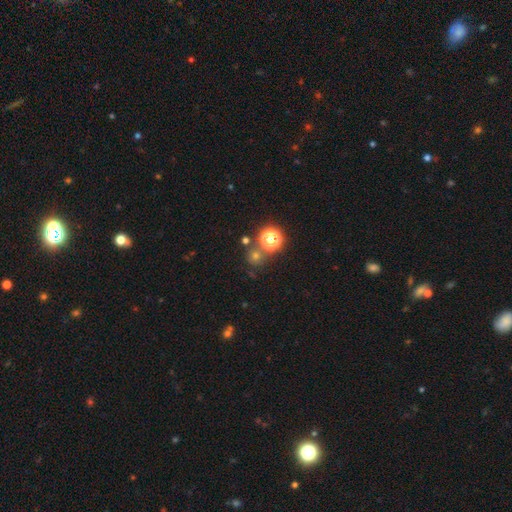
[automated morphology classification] Smooth or featured?
  - smooth: 53% *
  - star or artifact: 39%
  - featured or disk: 8%
How rounded?
  - round: 91% *
  - in between: 8%
  - cigar-shaped: 1%
Merging?
  - none: 75% *
  - merger: 13%
  - minor disturbance: 8%
  - major disturbance: 4%